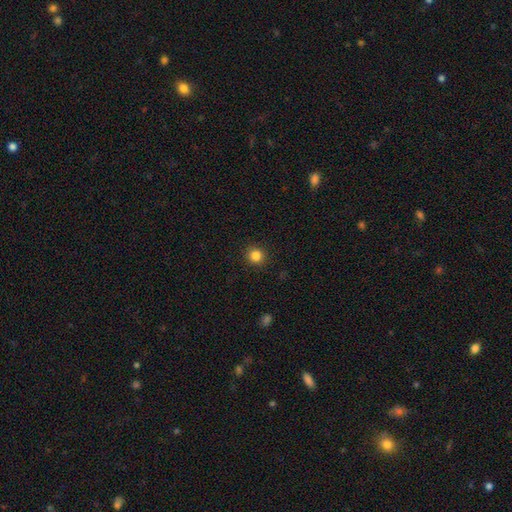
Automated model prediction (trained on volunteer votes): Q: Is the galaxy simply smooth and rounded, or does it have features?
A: smooth — 84%.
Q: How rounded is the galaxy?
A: round — 93%.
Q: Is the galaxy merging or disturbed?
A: none — 92%.